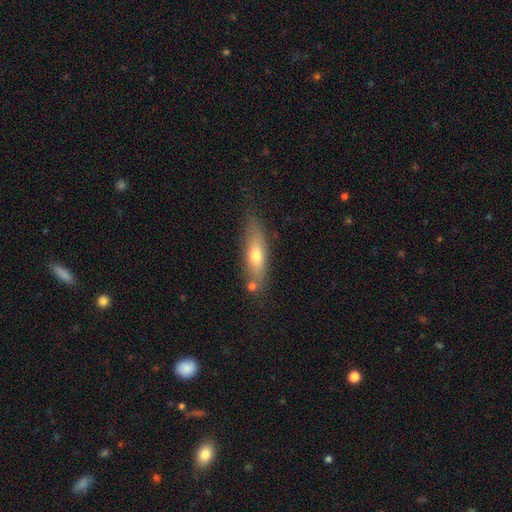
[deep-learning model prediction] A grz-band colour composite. It shows a smooth galaxy with no disk features (60%) that is cigar-shaped (56%). Merging: none (70%).